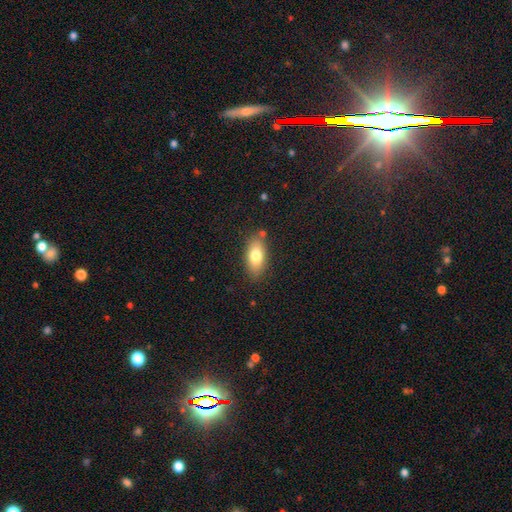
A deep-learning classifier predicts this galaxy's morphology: smooth-or-featured: smooth: 77% | featured or disk: 16% | star or artifact: 7%
  how-rounded: in between: 87% | cigar-shaped: 9% | round: 4%
  merging: none: 82% | minor disturbance: 12% | merger: 3% | major disturbance: 3%